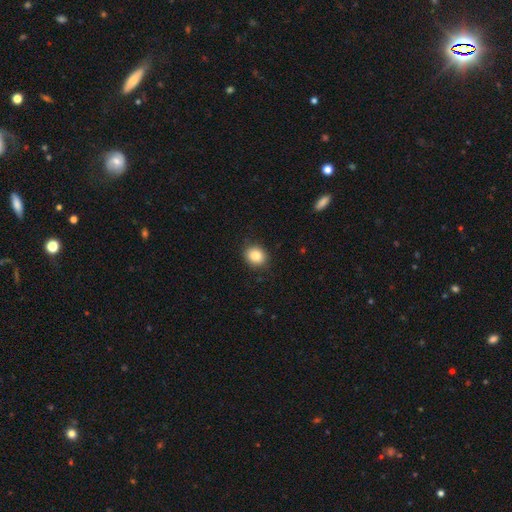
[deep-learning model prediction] Smooth or featured?
  - smooth: 85% *
  - star or artifact: 9%
  - featured or disk: 6%
How rounded?
  - round: 65% *
  - in between: 34%
  - cigar-shaped: 1%
Merging?
  - none: 88% *
  - minor disturbance: 9%
  - major disturbance: 2%
  - merger: 1%